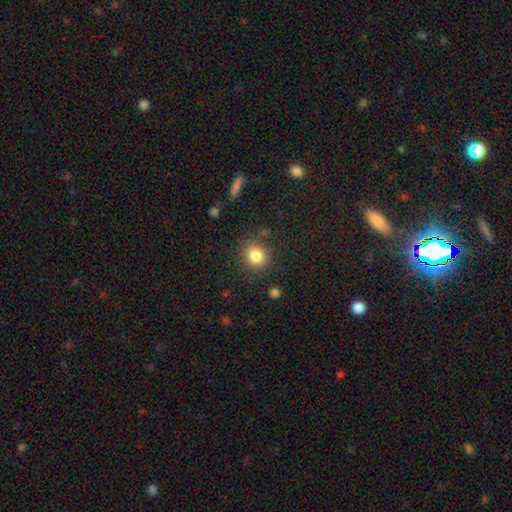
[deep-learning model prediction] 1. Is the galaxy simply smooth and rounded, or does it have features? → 84% smooth, 11% star or artifact, 5% featured or disk.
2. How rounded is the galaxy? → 79% round, 20% in between, 1% cigar-shaped.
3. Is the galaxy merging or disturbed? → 85% none, 9% minor disturbance, 4% major disturbance, 2% merger.